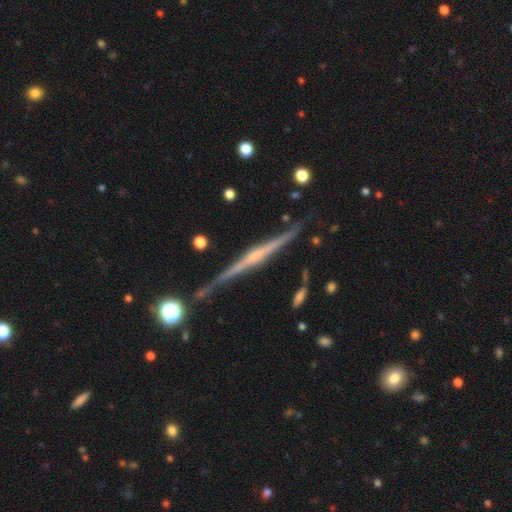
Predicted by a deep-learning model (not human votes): A featured or disk galaxy (84%) viewed edge-on (98%) with a rounded central bulge (67%). Merging: none (84%).